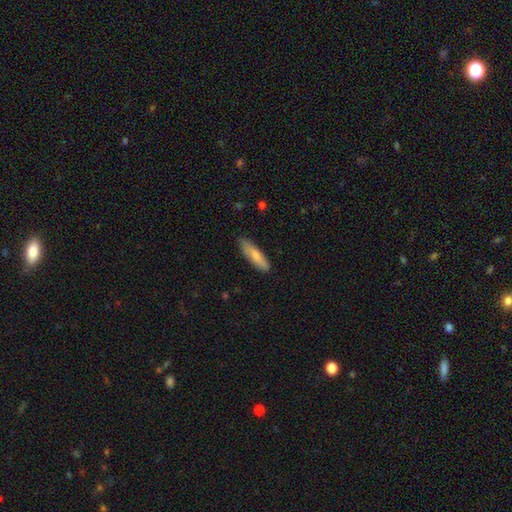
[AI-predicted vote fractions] Morphology: type=smooth (77%); roundness=cigar-shaped (67%); merging=none (81%).